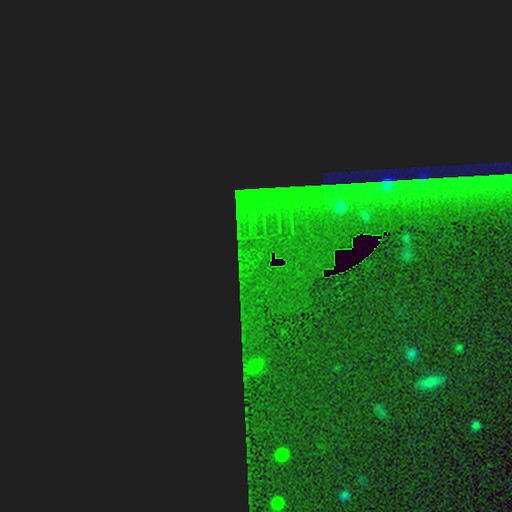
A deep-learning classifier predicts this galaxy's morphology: star or artifact 87%, featured or disk 7%, smooth 6%.